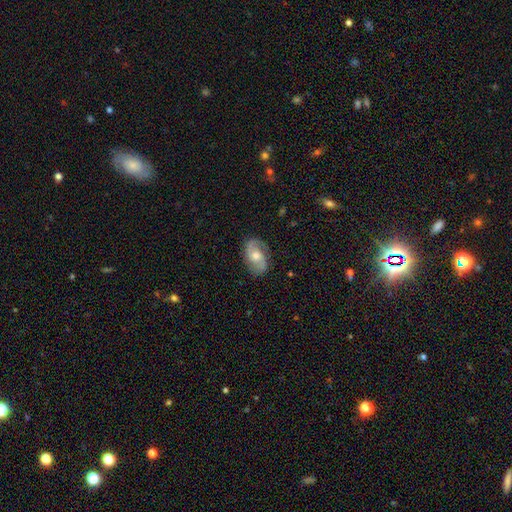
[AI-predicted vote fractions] Smooth or featured? Predicted: featured or disk (p=0.77). Edge-on disk? Predicted: no (p=0.97). Bar? Predicted: no (p=0.59). Spiral arms? Predicted: yes (p=0.94). Spiral winding? Predicted: medium (p=0.50). Spiral arm count? Predicted: 2 (p=0.88). Bulge size? Predicted: moderate (p=0.65). Merging? Predicted: none (p=0.78).